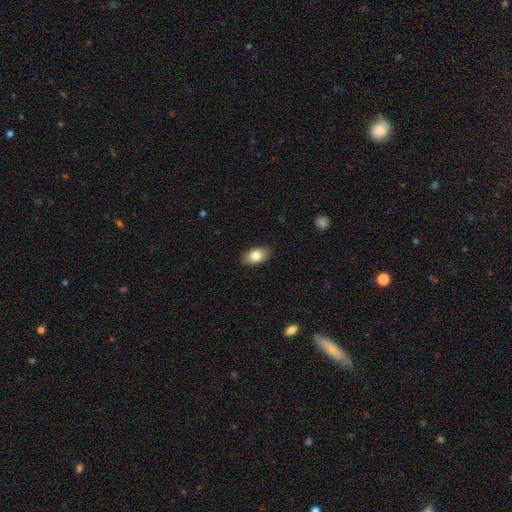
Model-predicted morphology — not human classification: Smooth or featured? smooth (82%)
How rounded? in between (89%)
Merging? none (88%)